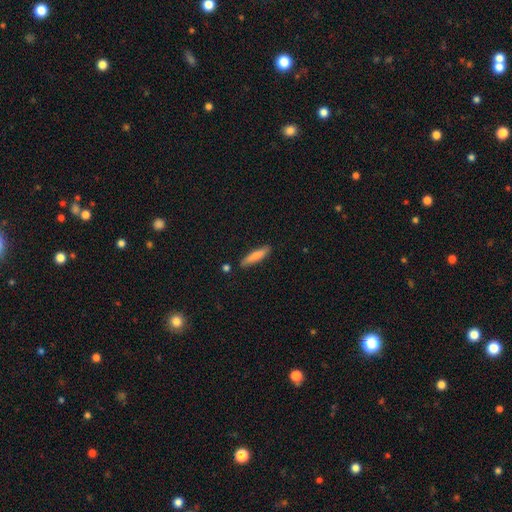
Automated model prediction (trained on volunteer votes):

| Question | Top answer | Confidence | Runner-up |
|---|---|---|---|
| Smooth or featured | smooth | 74% | featured or disk (20%) |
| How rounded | cigar-shaped | 82% | in between (17%) |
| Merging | none | 83% | minor disturbance (12%) |